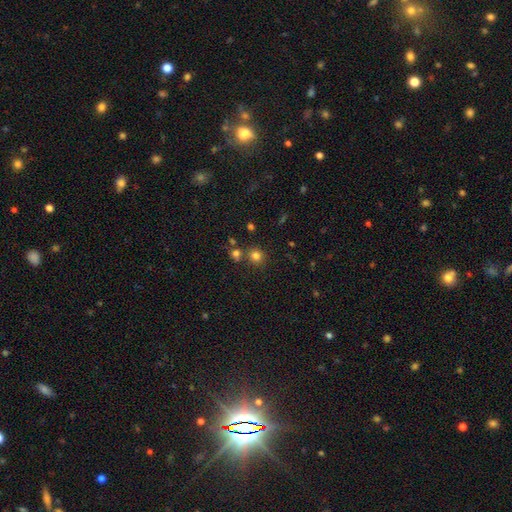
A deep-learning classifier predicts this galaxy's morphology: The model was most divided on "merging": none: 73%, merger: 16%, minor disturbance: 8%, major disturbance: 3%. More confident: how rounded — round (88%); smooth or featured — smooth (78%).